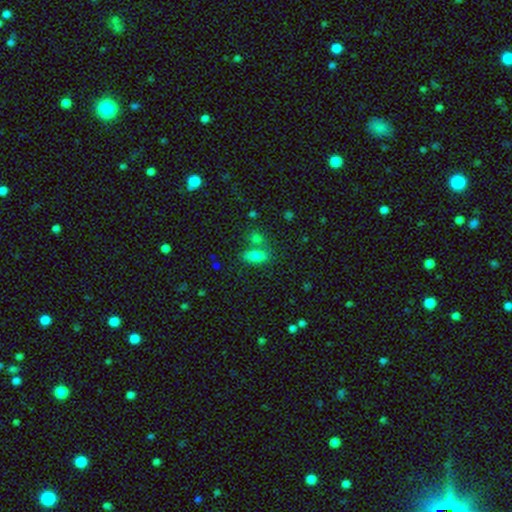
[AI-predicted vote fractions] Overall: smooth (79%). How rounded: in between (82%). Merging: none (56%; merger 27%).